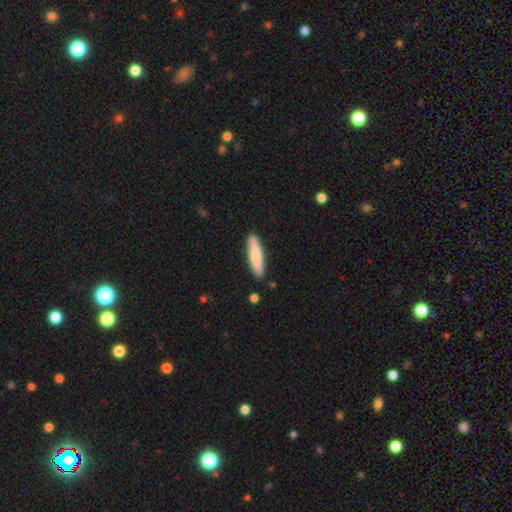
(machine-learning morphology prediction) Overall: smooth (77%). How rounded: cigar-shaped (81%). Merging: none (88%).